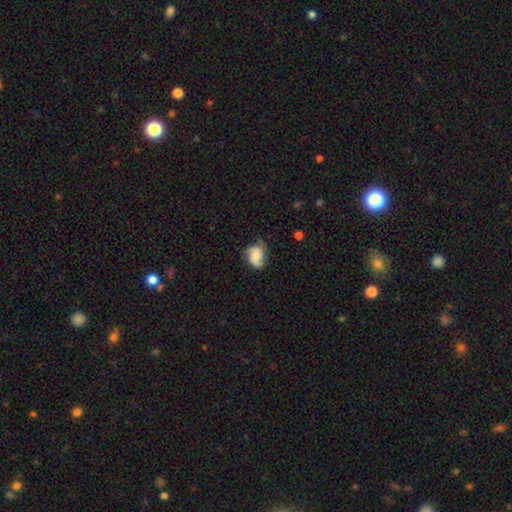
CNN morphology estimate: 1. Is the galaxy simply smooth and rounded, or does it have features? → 49% featured or disk, 42% smooth, 8% star or artifact.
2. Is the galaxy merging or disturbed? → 55% none, 30% minor disturbance, 13% major disturbance, 2% merger.